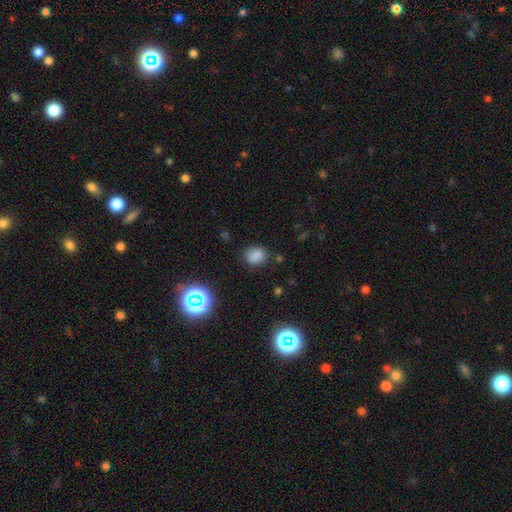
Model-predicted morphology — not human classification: smooth-or-featured: smooth: 77% | star or artifact: 17% | featured or disk: 6%
  how-rounded: round: 56% | in between: 43% | cigar-shaped: 1%
  merging: none: 75% | minor disturbance: 17% | major disturbance: 5% | merger: 3%